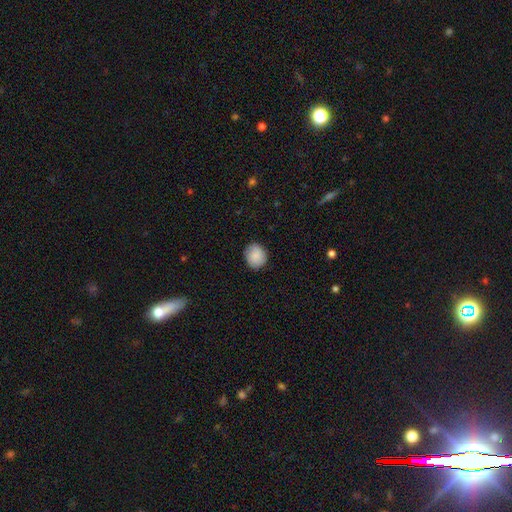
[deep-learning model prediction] A smooth galaxy with no disk features (88%) that is round (70%).

Vote fractions:
- Smooth or featured? smooth: 88% / star or artifact: 7% / featured or disk: 5%
- How rounded? round: 70% / in between: 29% / cigar-shaped: 1%
- Merging? none: 87% / minor disturbance: 10% / major disturbance: 2% / merger: 1%